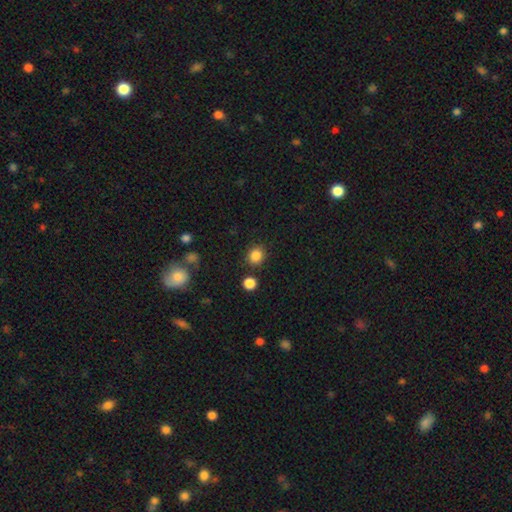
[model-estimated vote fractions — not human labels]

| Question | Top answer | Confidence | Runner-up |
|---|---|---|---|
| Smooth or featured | smooth | 85% | star or artifact (11%) |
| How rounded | round | 86% | in between (13%) |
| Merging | none | 85% | minor disturbance (8%) |